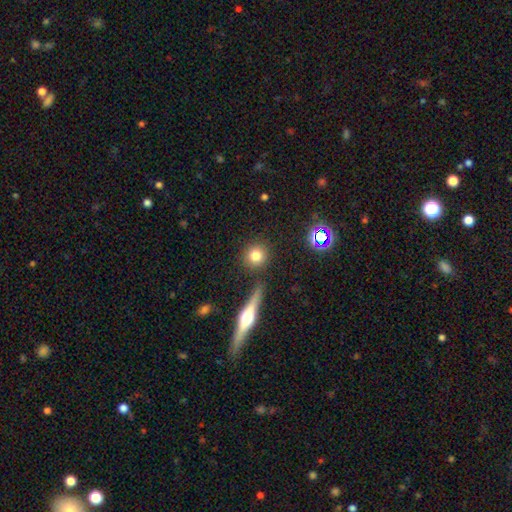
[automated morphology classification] Smooth or featured? Predicted: smooth (p=0.78). How rounded? Predicted: round (p=0.90). Merging? Predicted: none (p=0.84).